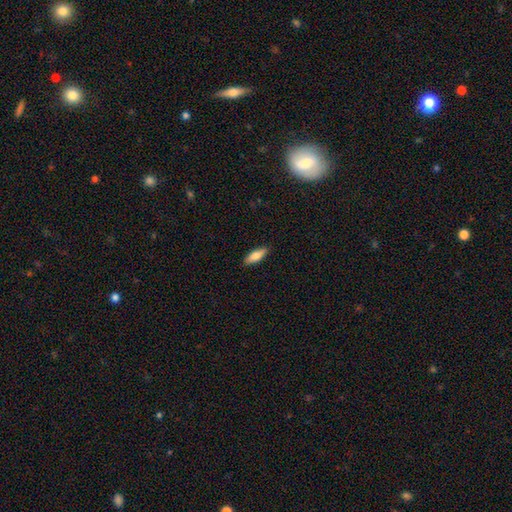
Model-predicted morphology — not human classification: Smooth or featured? smooth (77%)
How rounded? in between (63%)
Merging? none (88%)